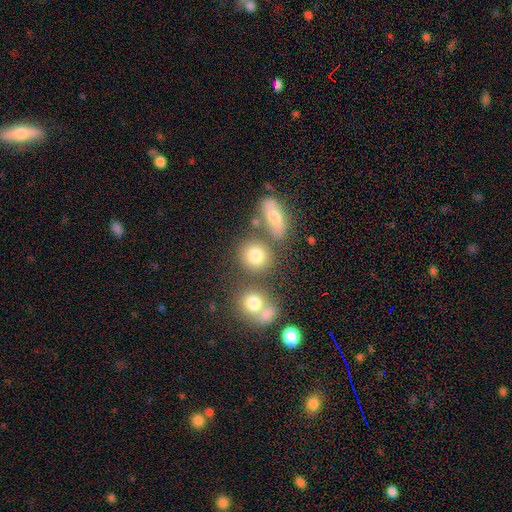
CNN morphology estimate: smooth 79%, star or artifact 11%, featured or disk 9%. Down the decision tree: how rounded — round (81%); merging — none (66%).